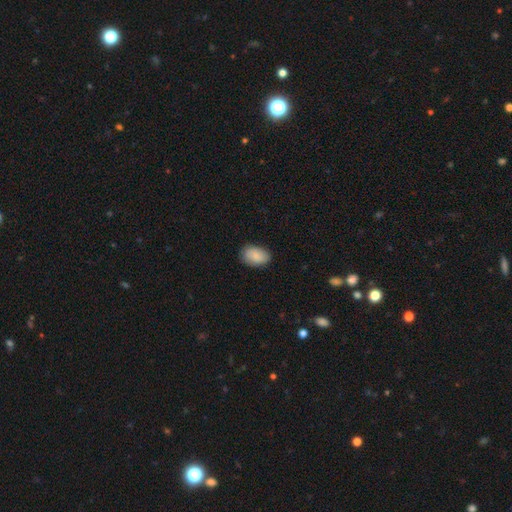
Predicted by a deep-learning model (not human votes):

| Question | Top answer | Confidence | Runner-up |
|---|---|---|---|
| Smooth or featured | smooth | 85% | featured or disk (9%) |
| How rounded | in between | 88% | round (11%) |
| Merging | none | 81% | minor disturbance (15%) |